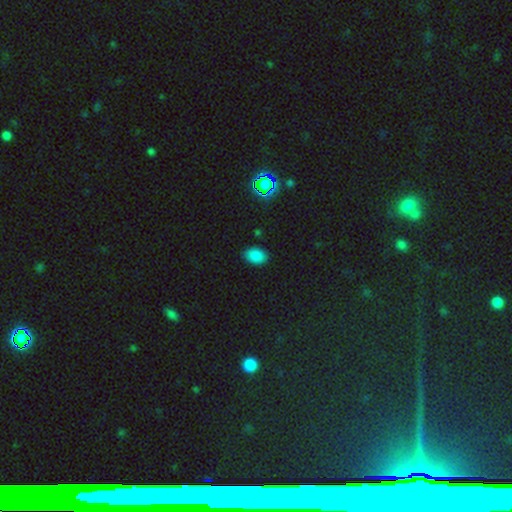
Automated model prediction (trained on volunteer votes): smooth-or-featured: smooth: 83% | star or artifact: 14% | featured or disk: 4%
  how-rounded: in between: 83% | round: 16% | cigar-shaped: 1%
  merging: none: 85% | minor disturbance: 11% | major disturbance: 2% | merger: 1%